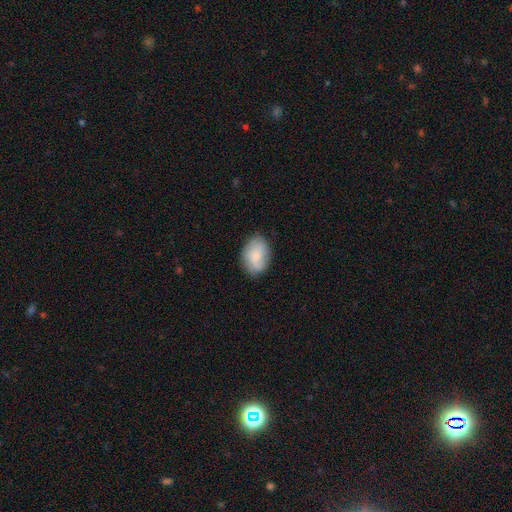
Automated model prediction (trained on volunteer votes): Smooth or featured?
  - smooth: 76% *
  - featured or disk: 18%
  - star or artifact: 7%
How rounded?
  - in between: 80% *
  - round: 18%
  - cigar-shaped: 1%
Merging?
  - none: 77% *
  - minor disturbance: 18%
  - major disturbance: 4%
  - merger: 1%